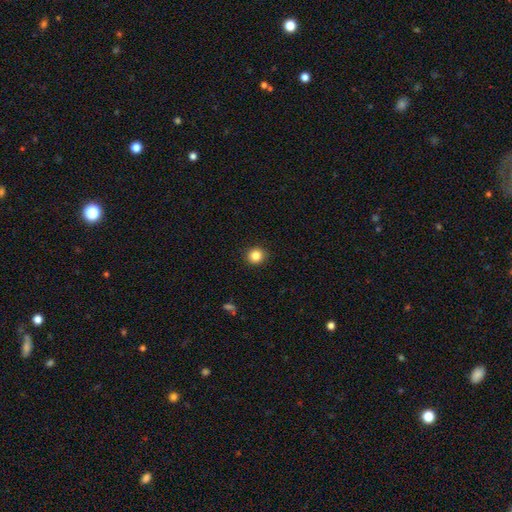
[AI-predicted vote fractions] Overall: smooth (85%). How rounded: round (88%). Merging: none (92%).